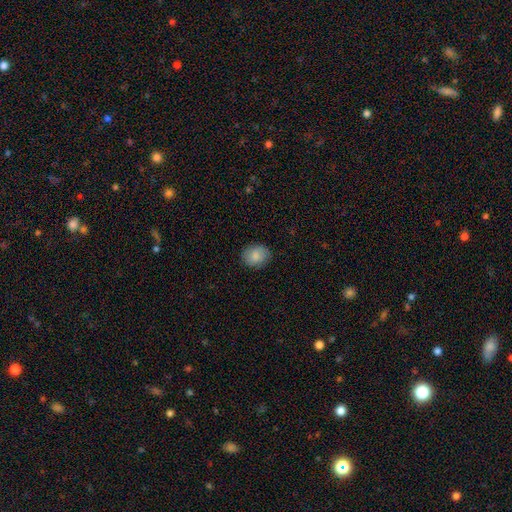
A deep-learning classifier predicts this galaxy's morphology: Overall: smooth (85%). How rounded: in between (50%; round 49%). Merging: none (86%).